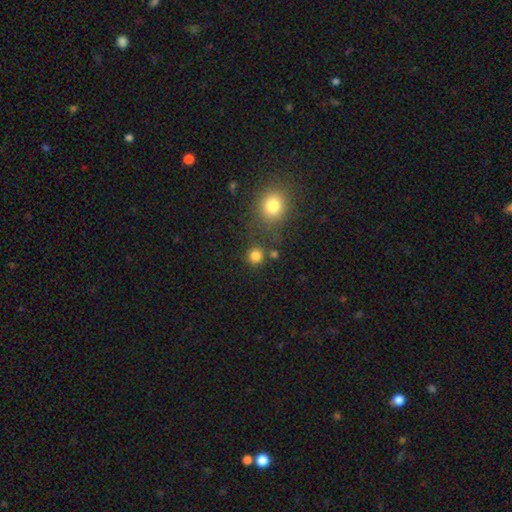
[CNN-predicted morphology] Smooth or featured? Predicted: smooth (p=0.82). How rounded? Predicted: round (p=0.90). Merging? Predicted: none (p=0.81).